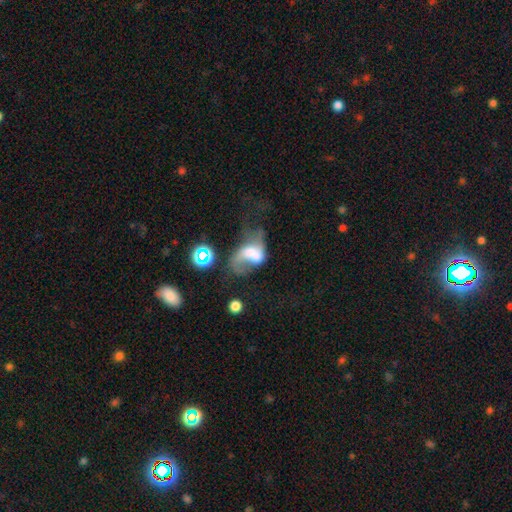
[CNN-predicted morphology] Smooth or featured: featured or disk — 48% (smooth — 38%)
Merging: merger — 44% (major disturbance — 35%)